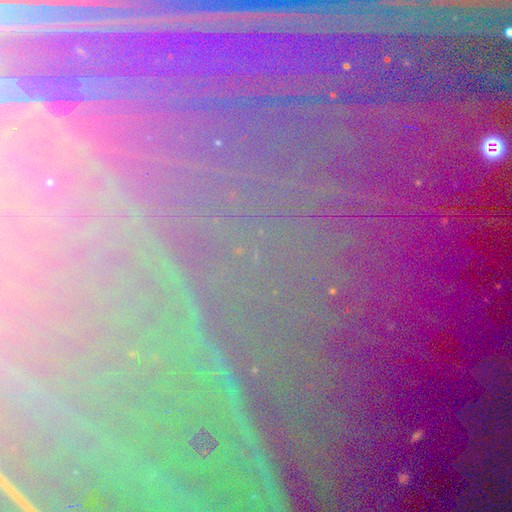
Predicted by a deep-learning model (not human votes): A star or artifact, not a galaxy (83%).

Vote fractions:
- Smooth or featured? star or artifact: 83% / smooth: 9% / featured or disk: 8%